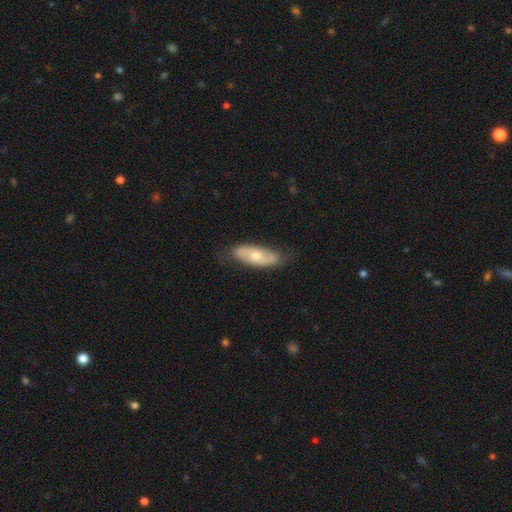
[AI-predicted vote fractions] A featured or disk galaxy (48%). Merging: none (78%).